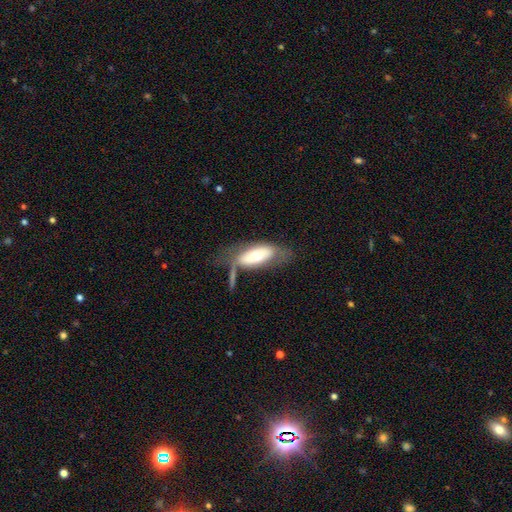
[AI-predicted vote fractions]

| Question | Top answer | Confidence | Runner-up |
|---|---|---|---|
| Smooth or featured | smooth | 53% | featured or disk (40%) |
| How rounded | in between | 82% | cigar-shaped (15%) |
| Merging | none | 41% | minor disturbance (22%) |